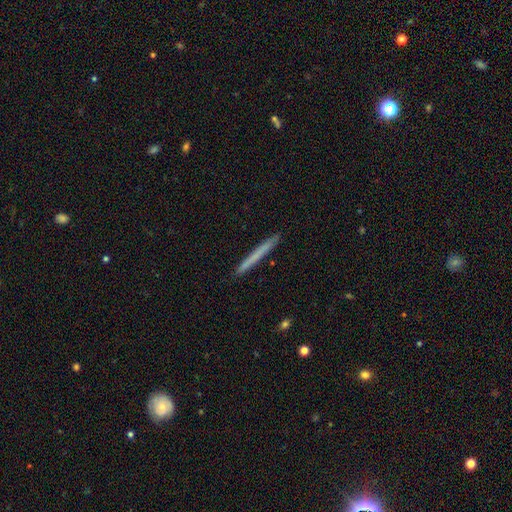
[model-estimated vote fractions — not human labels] This is likely a smooth galaxy (62%). How rounded: clearly cigar-shaped (97%). Merging: clearly none (92%).